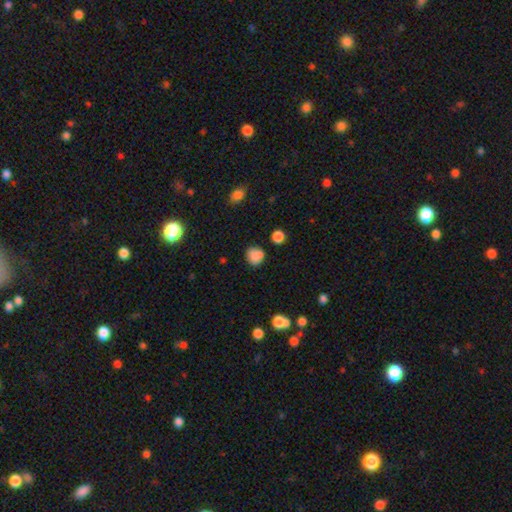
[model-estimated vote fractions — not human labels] Smooth or featured? smooth (82%)
How rounded? round (78%)
Merging? none (70%)